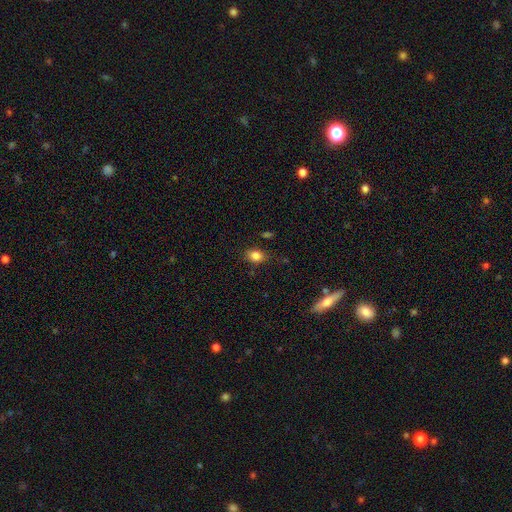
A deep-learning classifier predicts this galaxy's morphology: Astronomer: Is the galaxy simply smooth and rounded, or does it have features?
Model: smooth — 83%.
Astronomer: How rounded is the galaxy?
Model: in between — 61% (runner-up: round, 38%).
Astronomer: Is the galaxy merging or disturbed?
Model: none — 79%.